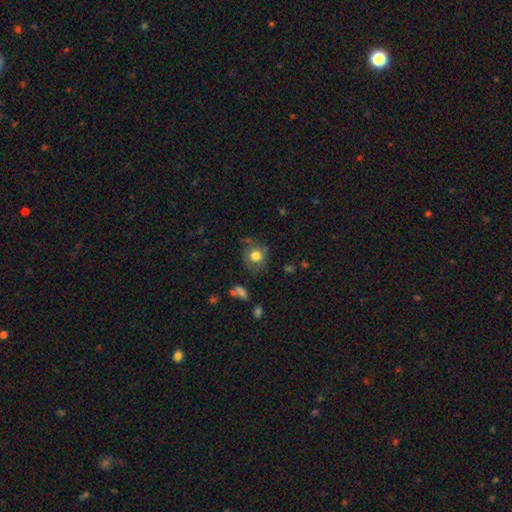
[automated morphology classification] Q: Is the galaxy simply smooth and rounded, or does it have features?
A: smooth — 71%.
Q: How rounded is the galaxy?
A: round — 81%.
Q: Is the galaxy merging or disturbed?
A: none — 64%.